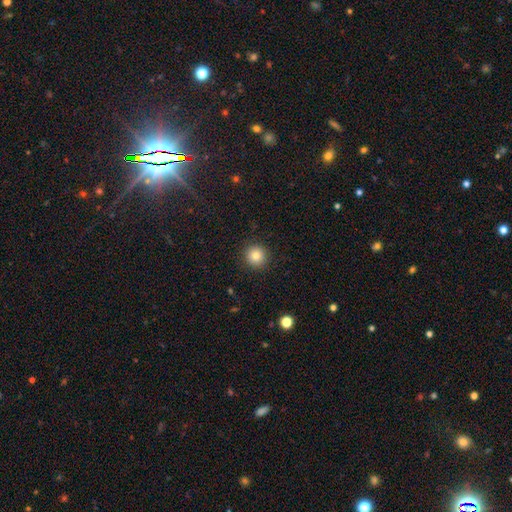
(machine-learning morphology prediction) This is clearly a smooth galaxy (82%). How rounded: clearly round (95%). Merging: clearly none (92%).